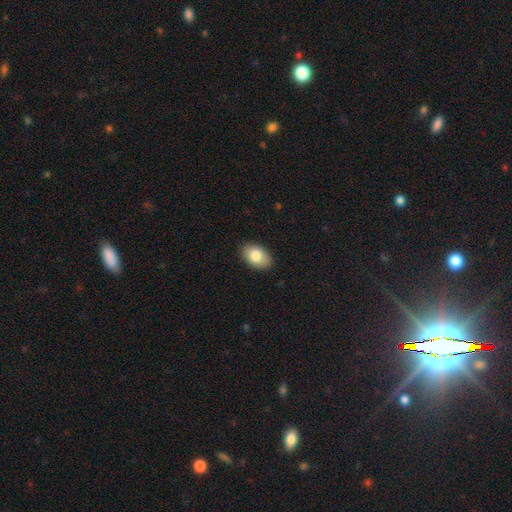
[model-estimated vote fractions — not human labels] smooth-or-featured: smooth: 83% | featured or disk: 10% | star or artifact: 7%
  how-rounded: in between: 90% | round: 9% | cigar-shaped: 1%
  merging: none: 88% | minor disturbance: 9% | major disturbance: 2% | merger: 1%